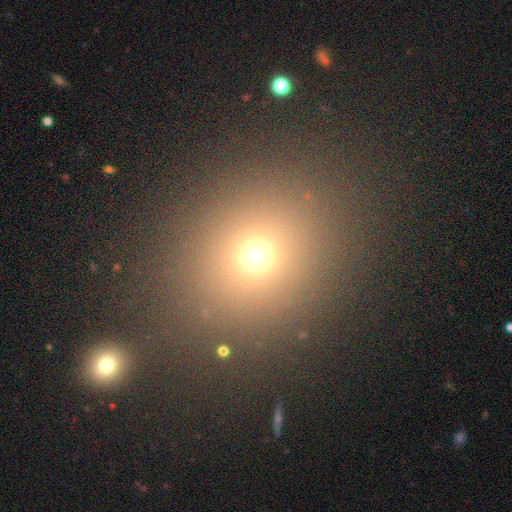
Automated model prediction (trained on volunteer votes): The model was most divided on "smooth or featured": smooth: 67%, star or artifact: 23%, featured or disk: 10%. More confident: merging — none (82%); how rounded — round (79%).